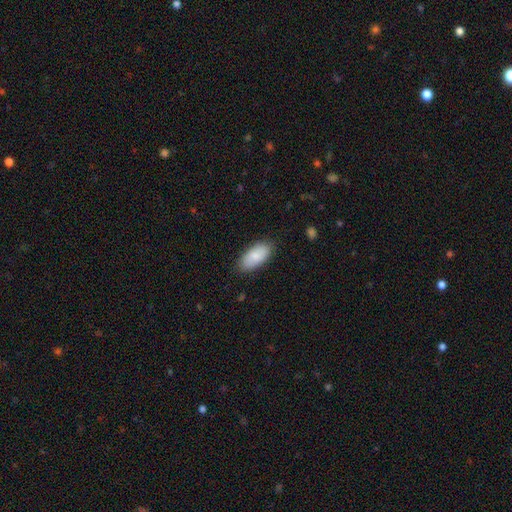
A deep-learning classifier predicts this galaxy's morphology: The model was most divided on "merging": none: 84%, minor disturbance: 12%, major disturbance: 2%, merger: 1%. More confident: how rounded — in between (92%); smooth or featured — smooth (84%).